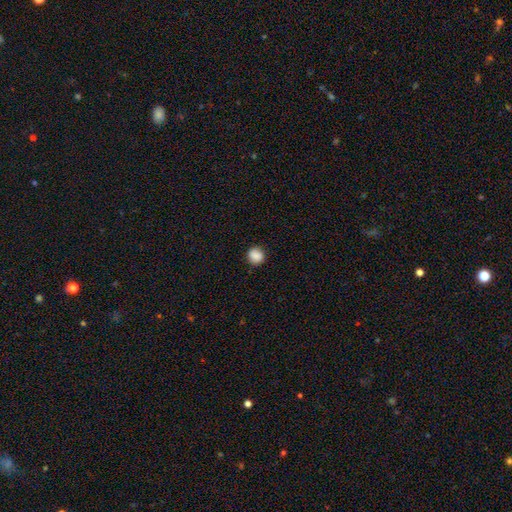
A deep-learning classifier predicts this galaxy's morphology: Q: Smooth or featured?
A: smooth (87%); runner-up: star or artifact (9%)
Q: How rounded?
A: round (88%); runner-up: in between (11%)
Q: Merging?
A: none (88%); runner-up: minor disturbance (9%)